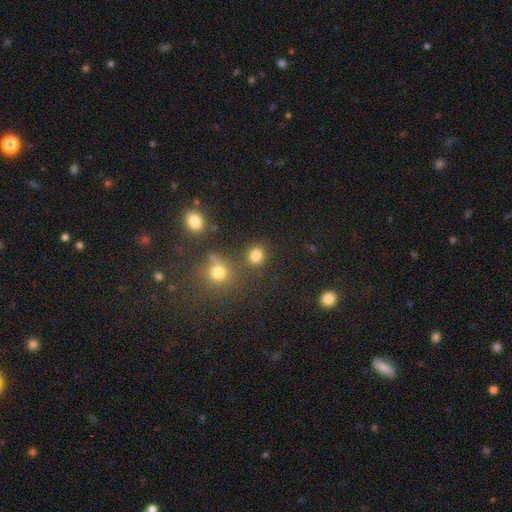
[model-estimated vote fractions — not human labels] Smooth or featured? Predicted: smooth (p=0.80). How rounded? Predicted: round (p=0.76). Merging? Predicted: none (p=0.77).